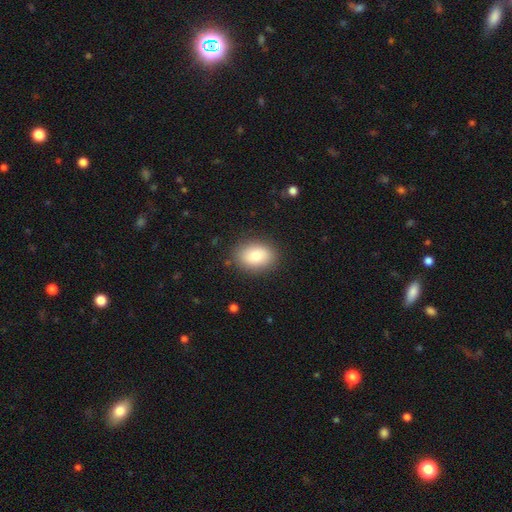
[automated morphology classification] Q: Smooth or featured?
A: smooth (81%); runner-up: featured or disk (12%)
Q: How rounded?
A: in between (77%); runner-up: round (21%)
Q: Merging?
A: none (87%); runner-up: minor disturbance (9%)